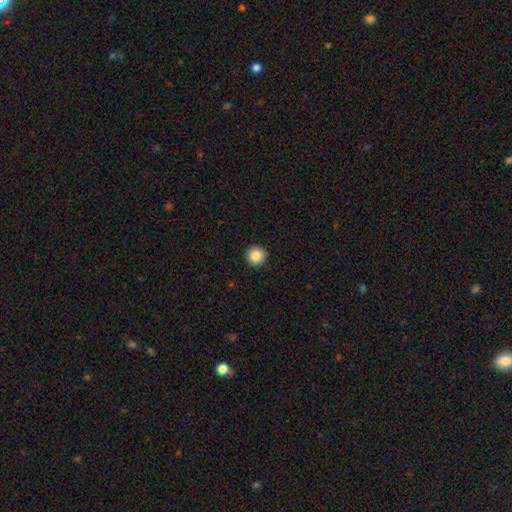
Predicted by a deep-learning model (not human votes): Overall: smooth (86%). How rounded: round (96%). Merging: none (93%).